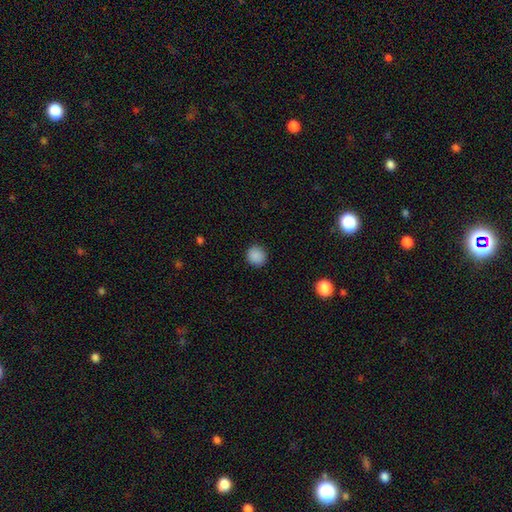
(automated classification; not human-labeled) This appears to be a smooth galaxy with no disk features (88%) that is round (92%). Merging: none (91%).